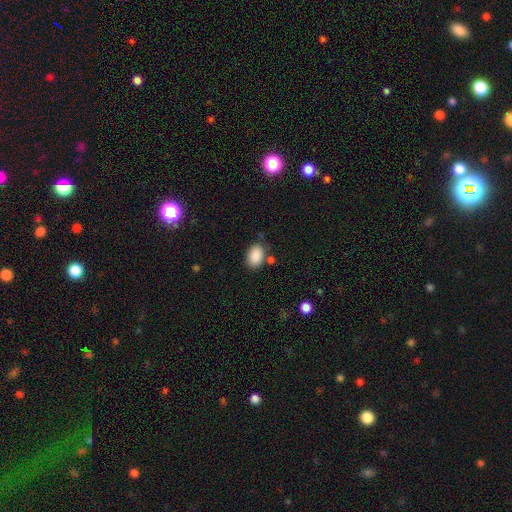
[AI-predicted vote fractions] Smooth or featured? Predicted: smooth (p=0.88). How rounded? Predicted: in between (p=0.81). Merging? Predicted: none (p=0.75).